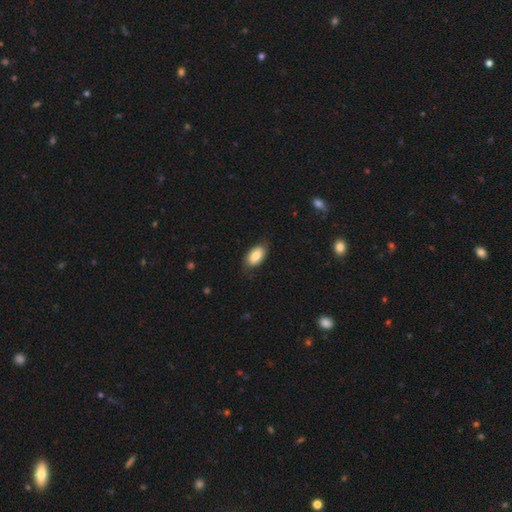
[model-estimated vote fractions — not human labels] Morphology: type=smooth (80%); roundness=in between (93%); merging=none (77%).